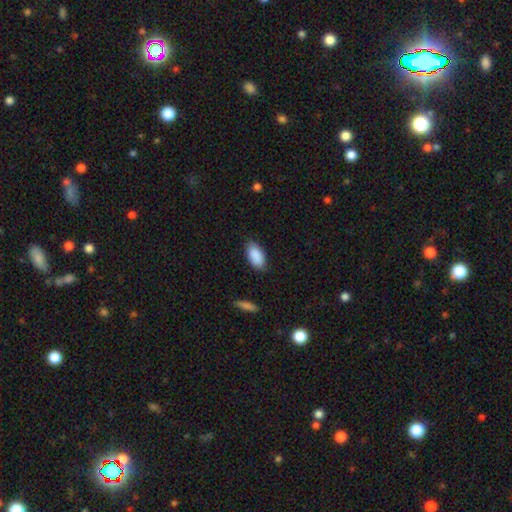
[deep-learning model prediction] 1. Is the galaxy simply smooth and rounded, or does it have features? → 90% smooth, 6% star or artifact, 4% featured or disk.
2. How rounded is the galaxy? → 94% in between, 4% cigar-shaped, 3% round.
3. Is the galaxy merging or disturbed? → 83% none, 13% minor disturbance, 3% major disturbance, 1% merger.